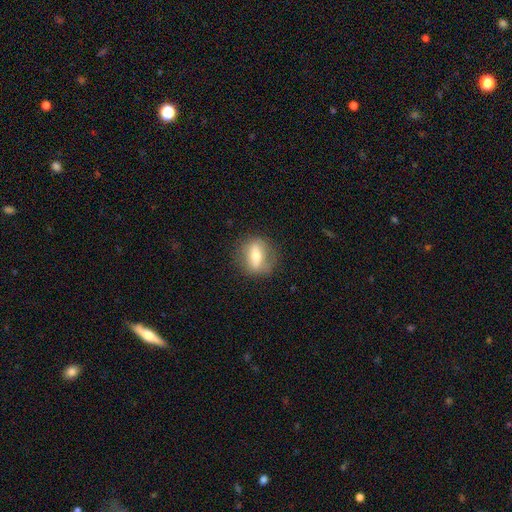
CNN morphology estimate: featured or disk 47%, smooth 45%, star or artifact 8%. Down the decision tree: merging — none (81%).